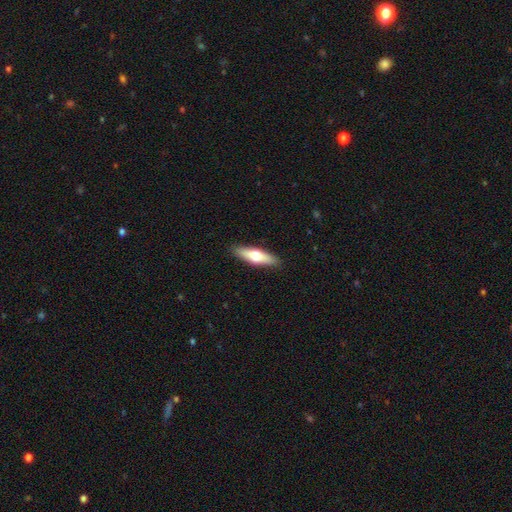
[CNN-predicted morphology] A smooth galaxy with no disk features (56%) that is cigar-shaped (57%).

Vote fractions:
- Smooth or featured? smooth: 56% / featured or disk: 38% / star or artifact: 6%
- How rounded? cigar-shaped: 57% / in between: 41% / round: 2%
- Merging? none: 89% / minor disturbance: 8% / major disturbance: 2% / merger: 1%